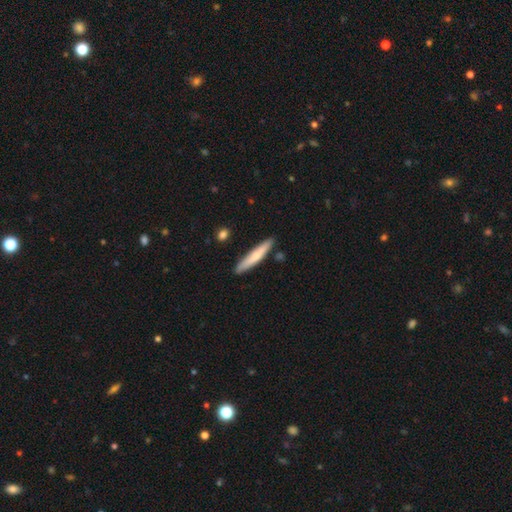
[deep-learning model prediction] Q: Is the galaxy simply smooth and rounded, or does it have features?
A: smooth — 65%.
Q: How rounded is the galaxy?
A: cigar-shaped — 91%.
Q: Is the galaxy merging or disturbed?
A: none — 86%.